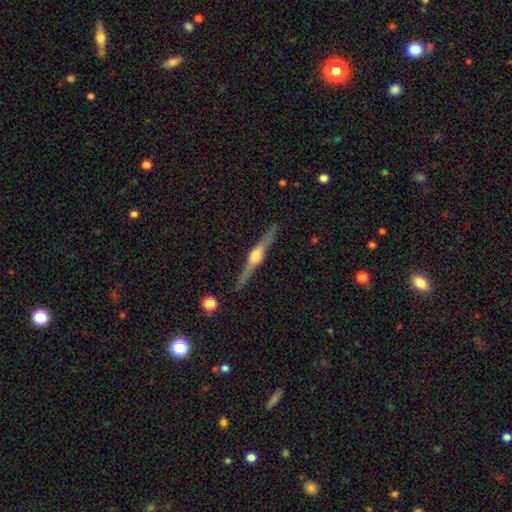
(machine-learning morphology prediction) type=featured or disk (84%); edge-on=yes (98%); edge-on bulge=rounded (91%); merging=none (90%).